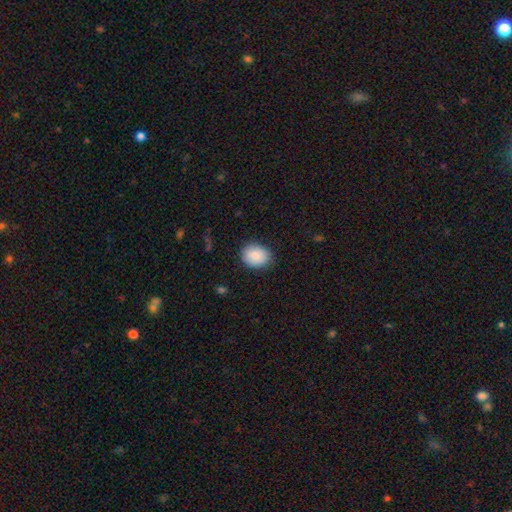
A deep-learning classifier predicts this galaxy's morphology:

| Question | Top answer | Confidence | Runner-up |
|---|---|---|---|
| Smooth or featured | smooth | 85% | star or artifact (7%) |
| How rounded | round | 54% | in between (45%) |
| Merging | none | 82% | minor disturbance (14%) |